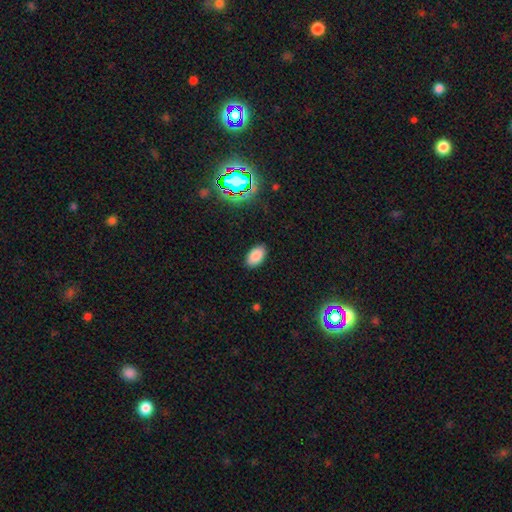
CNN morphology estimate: smooth_or_featured: smooth (p=0.84) [alt: star or artifact p=0.11]
how_rounded: in between (p=0.94) [alt: round p=0.05]
merging: none (p=0.88) [alt: minor disturbance p=0.09]